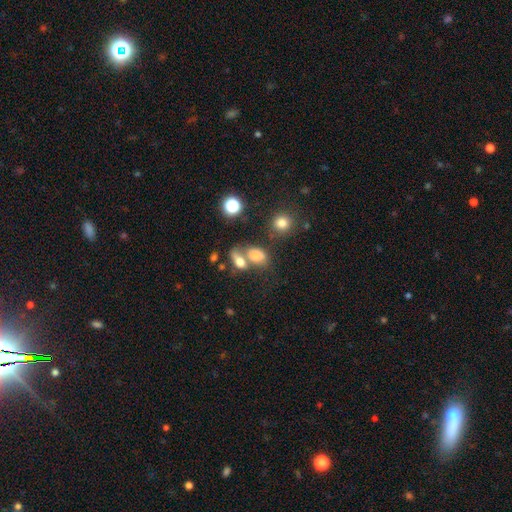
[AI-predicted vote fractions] Overall: smooth (71%). How rounded: in between (72%). Merging: merger (47%; none 34%).